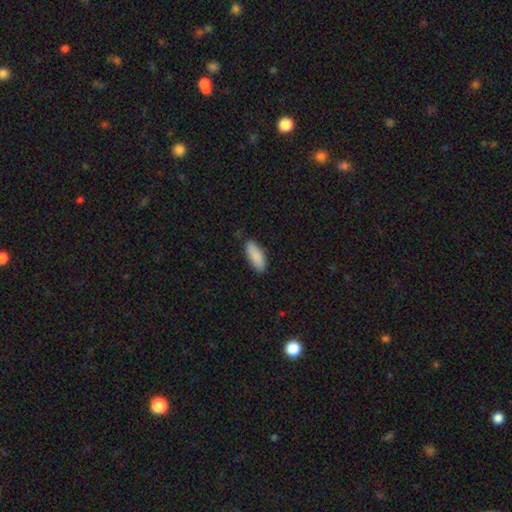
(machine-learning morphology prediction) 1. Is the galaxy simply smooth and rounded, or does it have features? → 88% smooth, 6% featured or disk, 6% star or artifact.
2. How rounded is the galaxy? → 78% in between, 20% cigar-shaped, 2% round.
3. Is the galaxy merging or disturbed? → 85% none, 12% minor disturbance, 2% major disturbance, 1% merger.